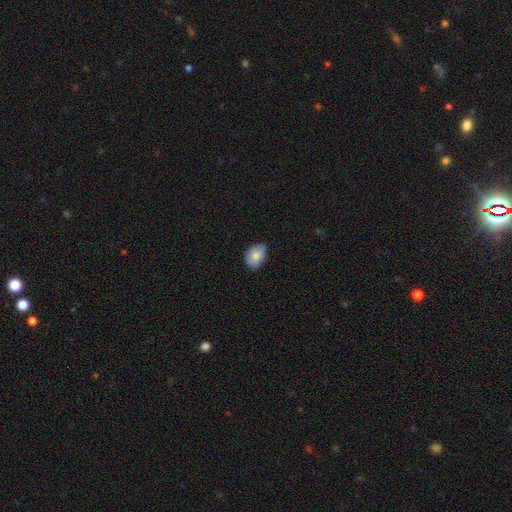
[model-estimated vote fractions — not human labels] Smooth or featured? Predicted: smooth (p=0.84). How rounded? Predicted: in between (p=0.76). Merging? Predicted: none (p=0.72).